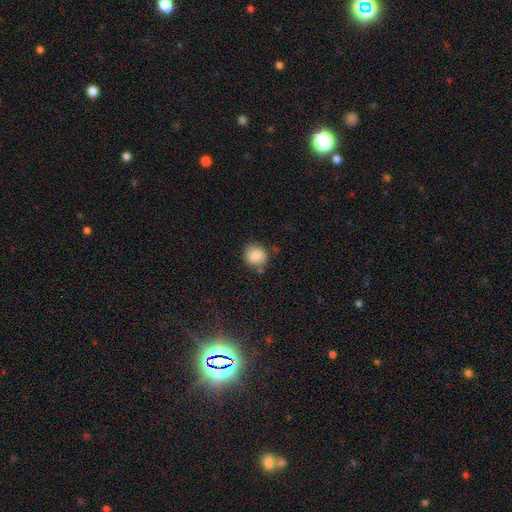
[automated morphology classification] smooth-or-featured: smooth: 86% | star or artifact: 9% | featured or disk: 5%
  how-rounded: round: 88% | in between: 11% | cigar-shaped: 1%
  merging: none: 80% | minor disturbance: 11% | merger: 5% | major disturbance: 3%